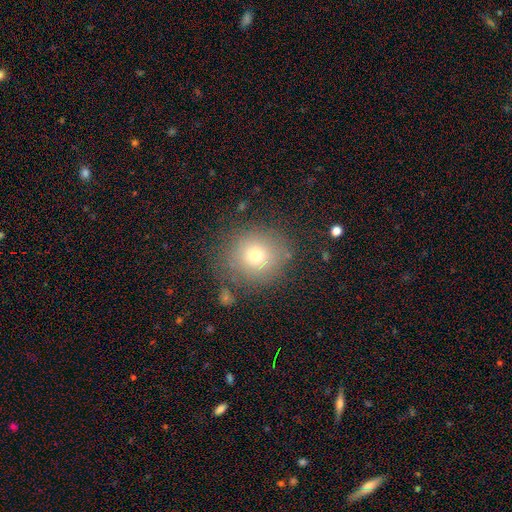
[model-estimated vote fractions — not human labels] Morphology: type=smooth (72%); roundness=round (88%); merging=none (79%).